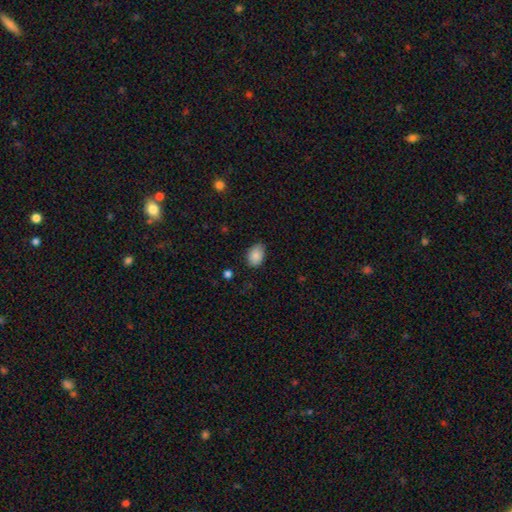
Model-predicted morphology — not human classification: Overall: smooth (87%). How rounded: in between (83%). Merging: none (76%).